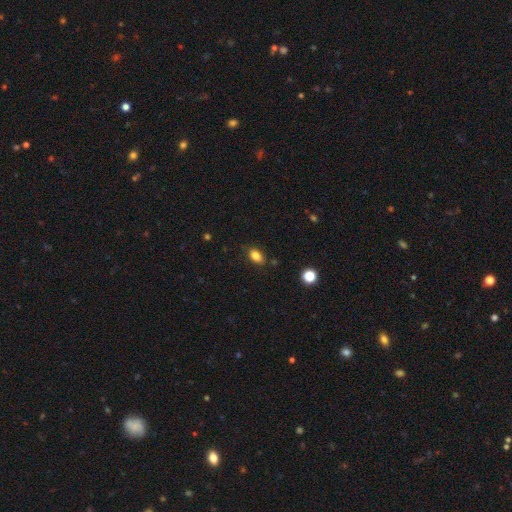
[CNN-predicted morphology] type=smooth (84%); roundness=in between (84%); merging=none (82%).